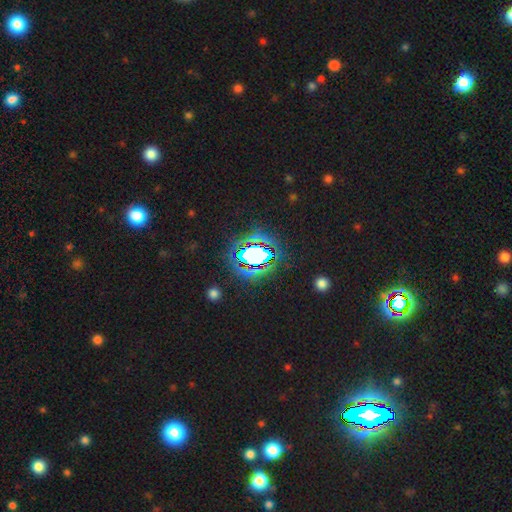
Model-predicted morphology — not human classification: Smooth or featured: star or artifact — 72% (smooth — 17%)